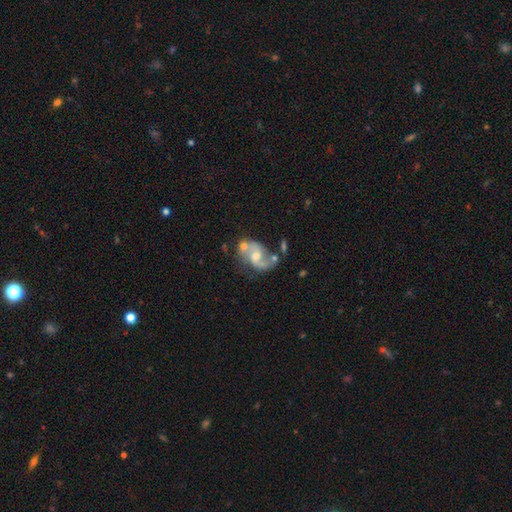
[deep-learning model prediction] This appears to be a featured or disk galaxy (79%) with no bar (49%), 2 (84%) medium (45%) spiral arms (90%) and a moderate central bulge (57%). Merging: none (43%).